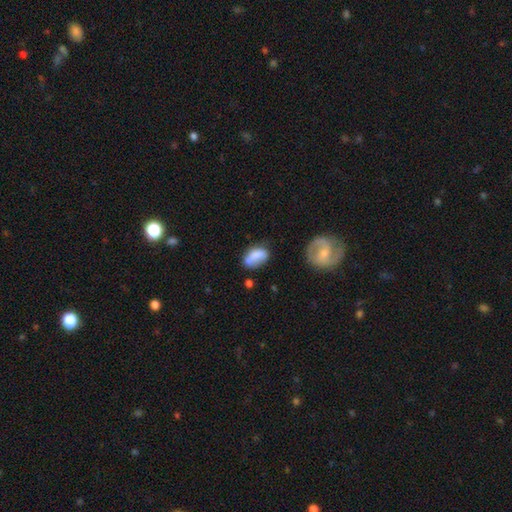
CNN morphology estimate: Smooth or featured? Predicted: smooth (p=0.76). How rounded? Predicted: in between (p=0.89). Merging? Predicted: none (p=0.50).